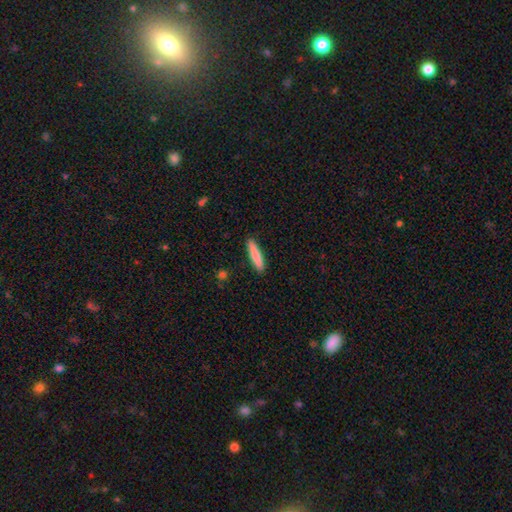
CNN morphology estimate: A smooth galaxy with no disk features (80%) that is cigar-shaped (86%). Merging: none (90%).